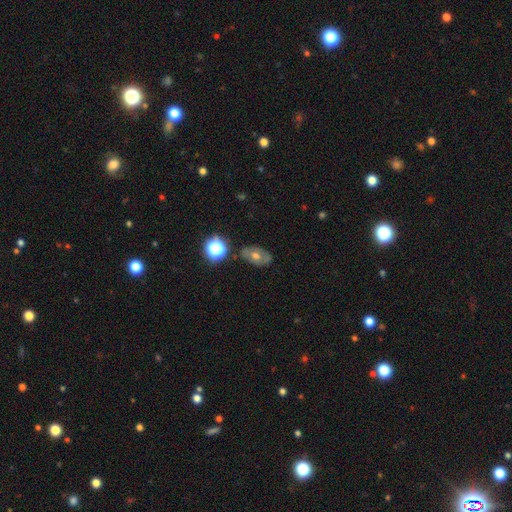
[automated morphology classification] A smooth galaxy with no disk features (45%). Merging: none (79%).